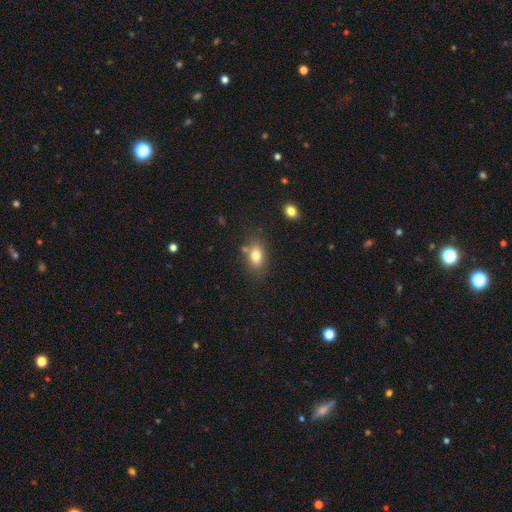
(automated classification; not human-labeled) smooth 79%, featured or disk 11%, star or artifact 10%. Down the decision tree: how rounded — in between (82%); merging — none (71%).